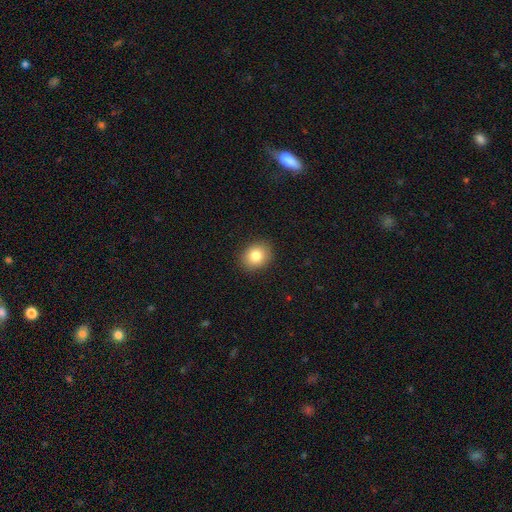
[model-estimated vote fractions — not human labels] The model was most divided on "how rounded": round: 59%, in between: 41%, cigar-shaped: 1%. More confident: merging — none (90%); smooth or featured — smooth (83%).